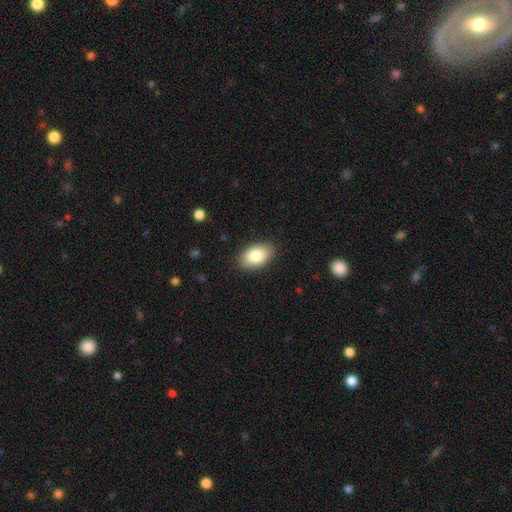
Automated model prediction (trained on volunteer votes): smooth-or-featured: smooth: 84% | featured or disk: 10% | star or artifact: 6%
  how-rounded: in between: 93% | round: 6% | cigar-shaped: 1%
  merging: none: 87% | minor disturbance: 9% | major disturbance: 2% | merger: 1%